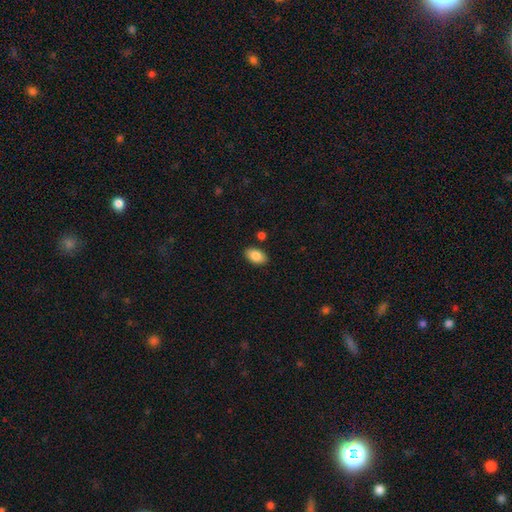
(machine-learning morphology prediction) type=smooth (86%); roundness=in between (93%); merging=none (86%).